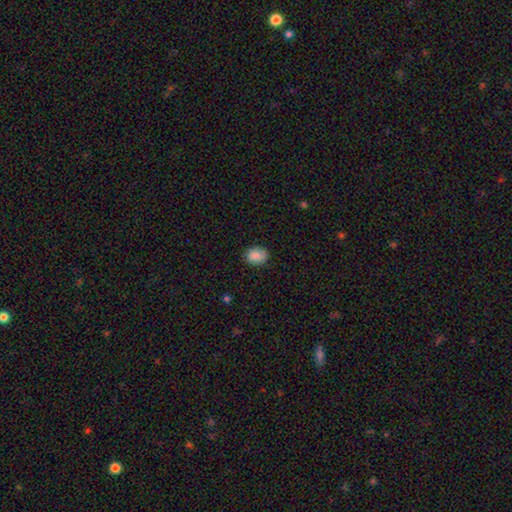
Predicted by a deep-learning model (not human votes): A smooth galaxy with no disk features (88%) that is in between round and cigar-shaped (57%).

Vote fractions:
- Smooth or featured? smooth: 88% / star or artifact: 8% / featured or disk: 4%
- How rounded? in between: 57% / round: 42% / cigar-shaped: 1%
- Merging? none: 84% / minor disturbance: 12% / major disturbance: 3% / merger: 1%